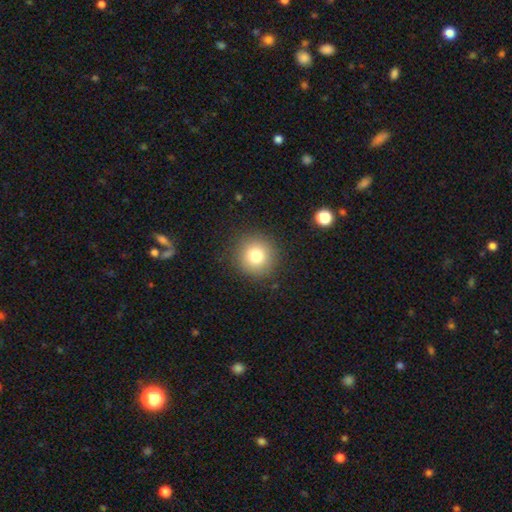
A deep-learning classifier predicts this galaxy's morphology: This appears to be a smooth galaxy with no disk features (79%) that is round (93%). Merging: none (89%).